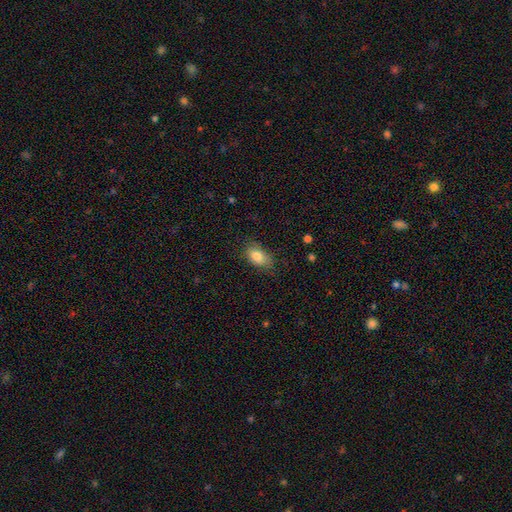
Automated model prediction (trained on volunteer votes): A smooth galaxy with no disk features (83%) that is in between round and cigar-shaped (88%).

Vote fractions:
- Smooth or featured? smooth: 83% / featured or disk: 9% / star or artifact: 8%
- How rounded? in between: 88% / round: 9% / cigar-shaped: 3%
- Merging? none: 79% / minor disturbance: 17% / major disturbance: 3% / merger: 1%